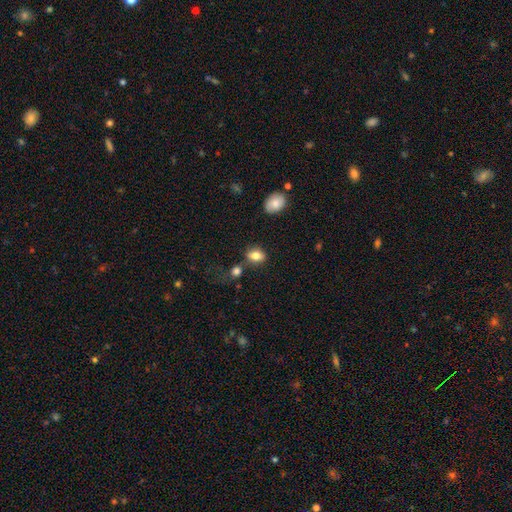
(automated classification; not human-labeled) The model was most divided on "how rounded": in between: 67%, round: 30%, cigar-shaped: 3%. More confident: smooth or featured — smooth (79%); merging — none (72%).